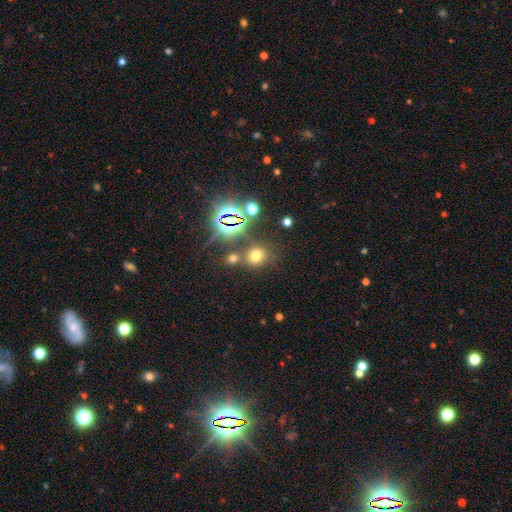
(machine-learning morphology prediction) smooth 60%, star or artifact 31%, featured or disk 9%. Down the decision tree: how rounded — round (79%); merging — none (70%).